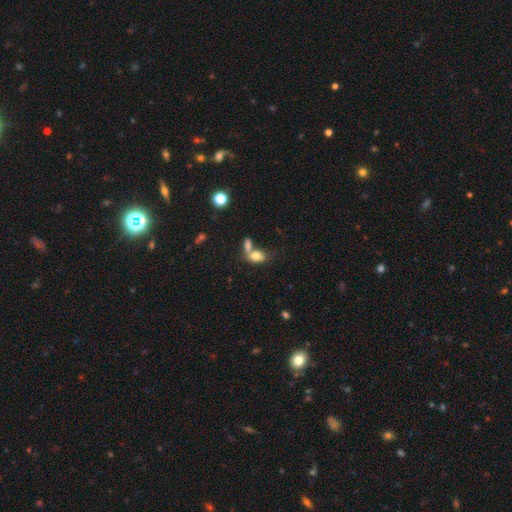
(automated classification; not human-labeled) This appears to be a smooth galaxy with no disk features (77%) that is in between round and cigar-shaped (77%). Merging: merger (55%).